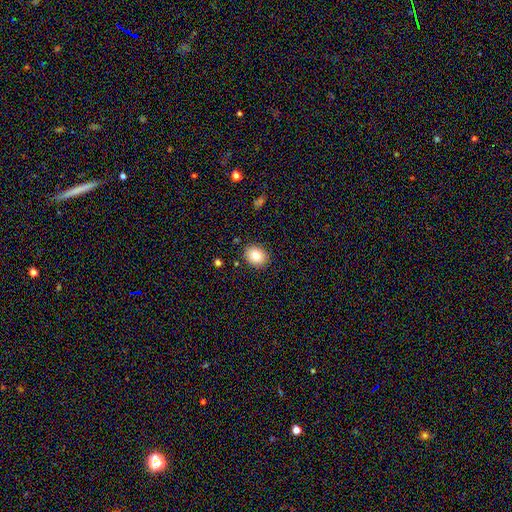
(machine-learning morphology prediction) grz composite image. It shows a smooth galaxy with no disk features (82%) that is round (58%). Merging: none (88%).